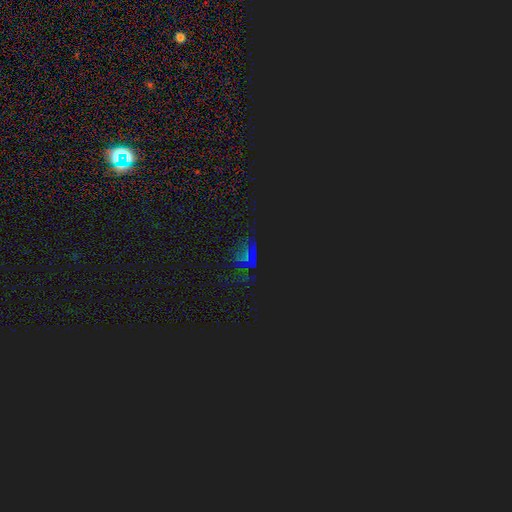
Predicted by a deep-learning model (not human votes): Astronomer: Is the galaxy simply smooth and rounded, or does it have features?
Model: star or artifact — 73%.